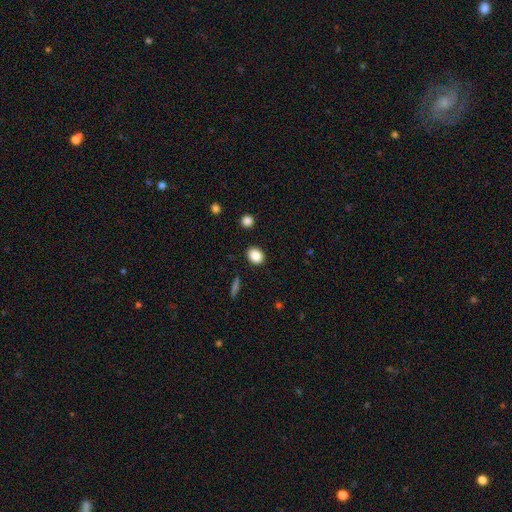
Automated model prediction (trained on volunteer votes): Smooth or featured?
  - smooth: 87% *
  - star or artifact: 9%
  - featured or disk: 5%
How rounded?
  - in between: 51% *
  - round: 47%
  - cigar-shaped: 1%
Merging?
  - none: 88% *
  - minor disturbance: 7%
  - major disturbance: 2%
  - merger: 2%